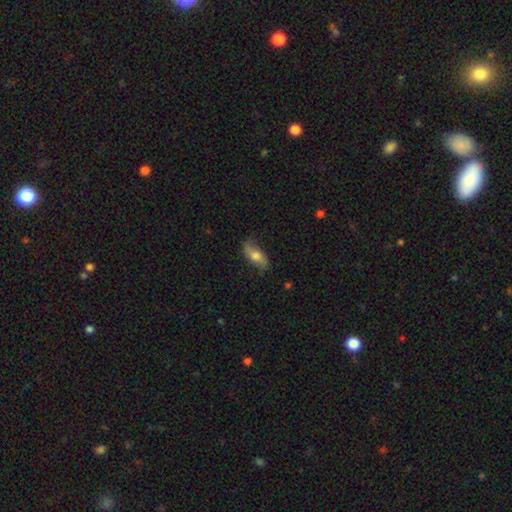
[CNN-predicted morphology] The model was most divided on "smooth or featured": featured or disk: 47%, smooth: 45%, star or artifact: 8%. More confident: merging — none (74%).